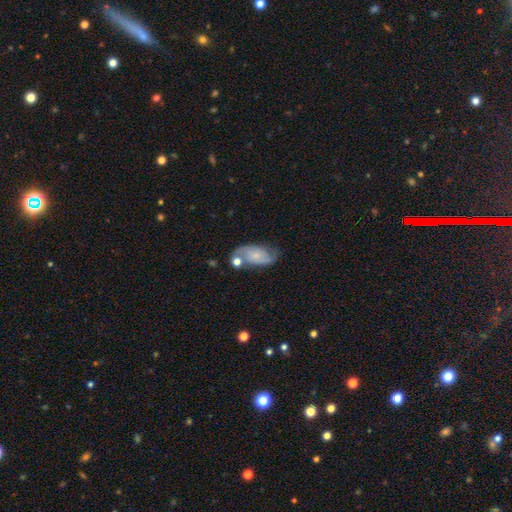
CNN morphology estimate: This appears to be a featured or disk galaxy (58%) with no bar (70%), spiral arms (87%) and a small central bulge (62%). Merging: none (53%).